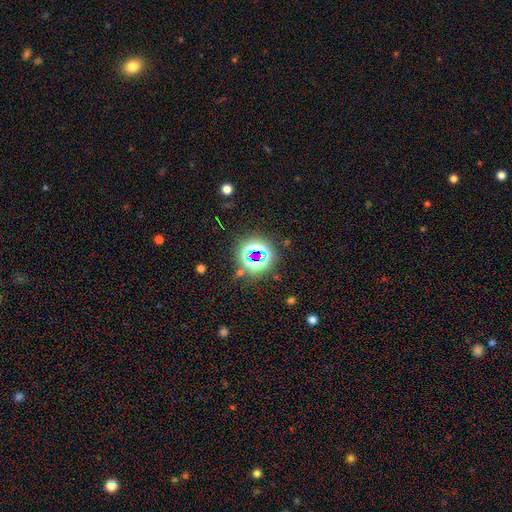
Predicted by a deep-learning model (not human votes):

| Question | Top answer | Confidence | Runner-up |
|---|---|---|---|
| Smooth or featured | star or artifact | 71% | smooth (20%) |